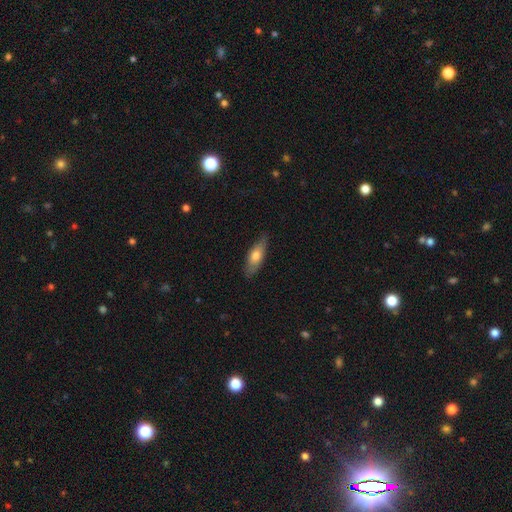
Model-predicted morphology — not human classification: smooth-or-featured: smooth: 66% | featured or disk: 28% | star or artifact: 6%
  how-rounded: in between: 62% | cigar-shaped: 35% | round: 3%
  merging: none: 79% | minor disturbance: 17% | major disturbance: 3% | merger: 1%